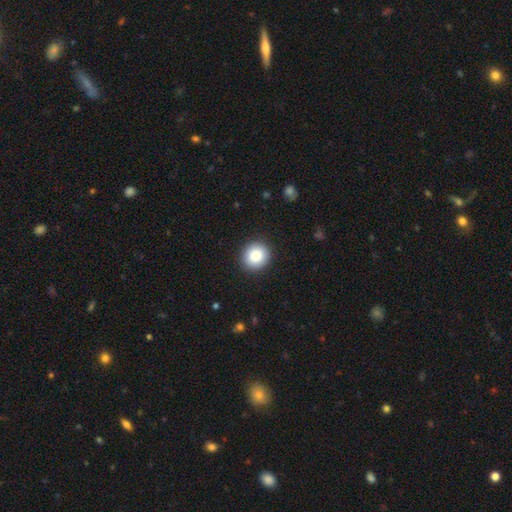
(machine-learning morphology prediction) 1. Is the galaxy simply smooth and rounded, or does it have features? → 86% smooth, 8% star or artifact, 6% featured or disk.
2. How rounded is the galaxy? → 87% round, 12% in between, 1% cigar-shaped.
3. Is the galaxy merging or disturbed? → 91% none, 6% minor disturbance, 2% major disturbance, 1% merger.